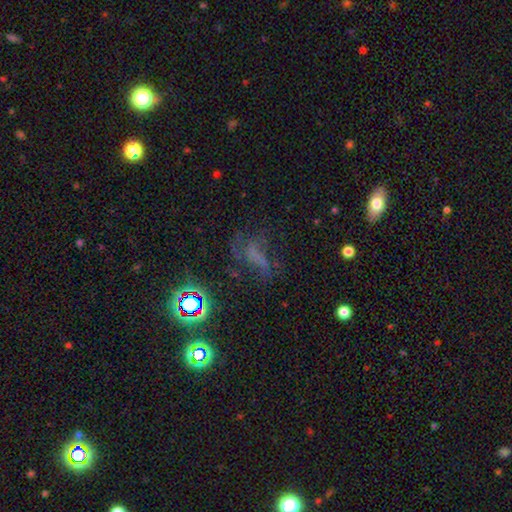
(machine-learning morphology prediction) Q: Smooth or featured?
A: featured or disk (38%); runner-up: star or artifact (35%)
Q: Merging?
A: none (48%); runner-up: major disturbance (29%)